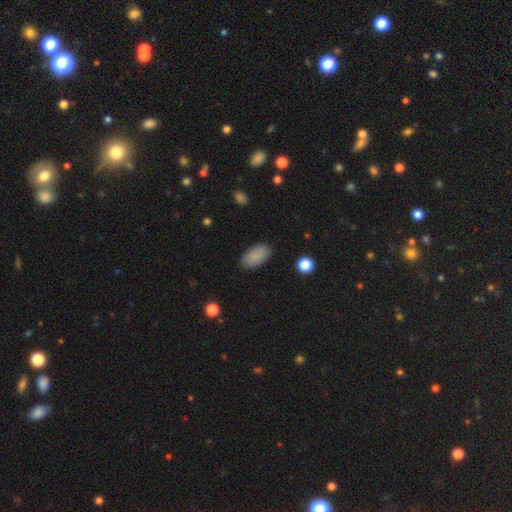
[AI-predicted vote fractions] A smooth galaxy with no disk features (89%) that is in between round and cigar-shaped (94%). Merging: none (87%).